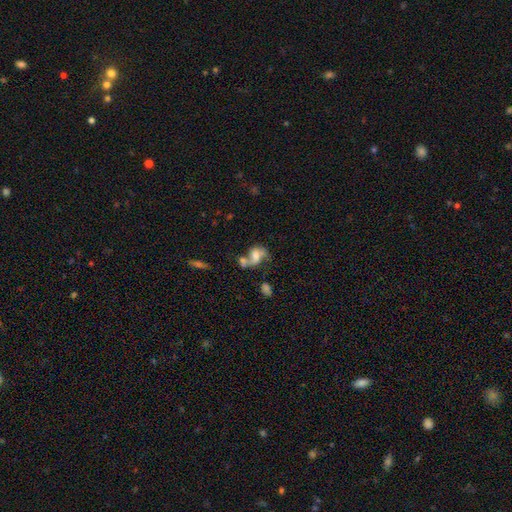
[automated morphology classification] Smooth or featured? featured or disk (50%)
Merging? merger (42%)